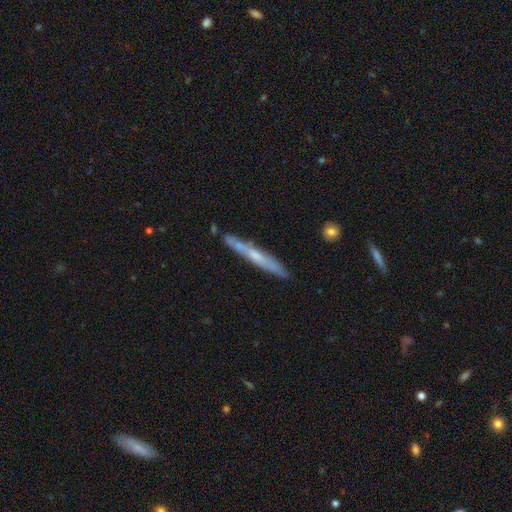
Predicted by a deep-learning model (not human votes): smooth-or-featured: featured or disk: 54% | smooth: 40% | star or artifact: 6%
  disk-edge-on: yes: 91% | no: 9%
  merging: none: 80% | minor disturbance: 13% | merger: 4% | major disturbance: 2%